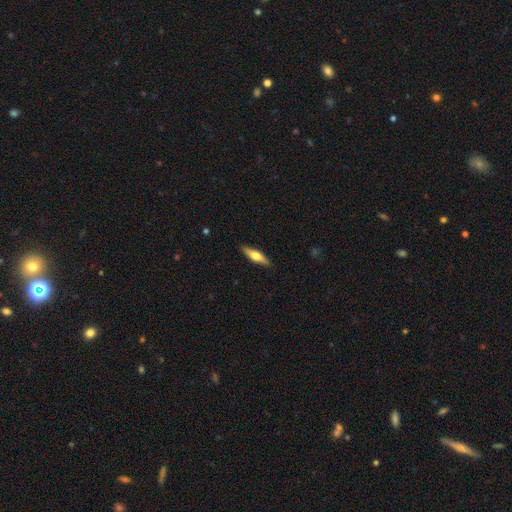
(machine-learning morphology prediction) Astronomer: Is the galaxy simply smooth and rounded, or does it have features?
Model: featured or disk — 54% (runner-up: smooth, 40%).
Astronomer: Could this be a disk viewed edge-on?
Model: yes — 95%.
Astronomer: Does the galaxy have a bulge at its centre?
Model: rounded — 93%.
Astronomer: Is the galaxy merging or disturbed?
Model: none — 90%.